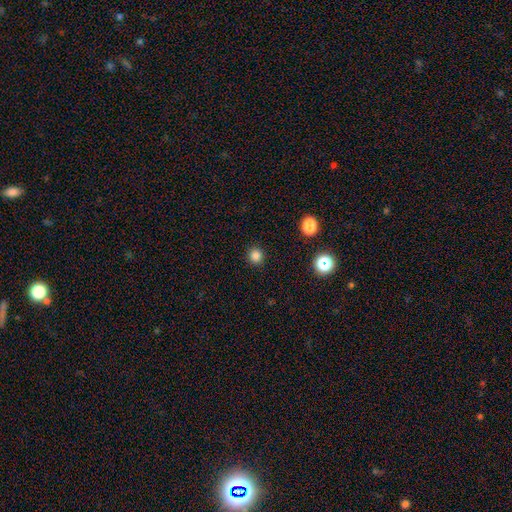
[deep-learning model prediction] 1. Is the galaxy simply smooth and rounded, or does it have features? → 82% smooth, 14% star or artifact, 4% featured or disk.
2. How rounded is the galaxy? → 91% round, 8% in between, 1% cigar-shaped.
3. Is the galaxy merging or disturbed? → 92% none, 5% minor disturbance, 2% major disturbance, 1% merger.